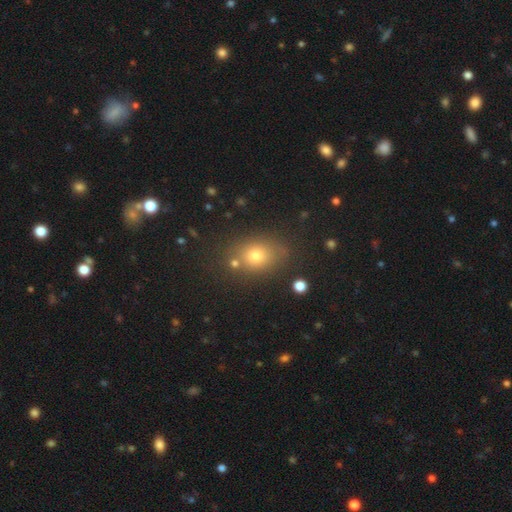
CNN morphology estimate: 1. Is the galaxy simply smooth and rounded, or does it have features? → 73% smooth, 16% star or artifact, 11% featured or disk.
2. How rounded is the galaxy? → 53% in between, 45% round, 1% cigar-shaped.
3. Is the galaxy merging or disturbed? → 75% none, 12% minor disturbance, 8% merger, 4% major disturbance.